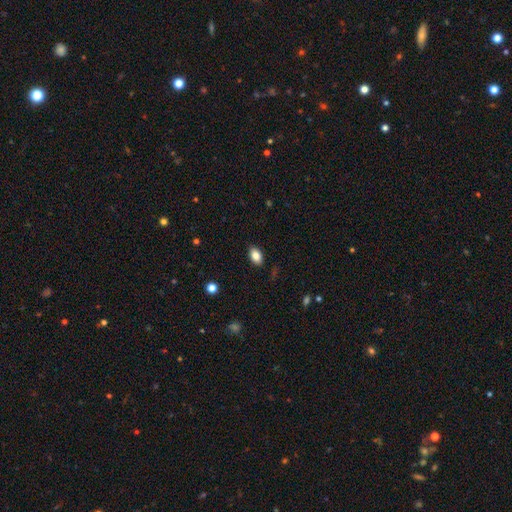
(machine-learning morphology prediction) This is clearly a smooth galaxy (84%). How rounded: clearly in between (89%). Merging: clearly none (87%).